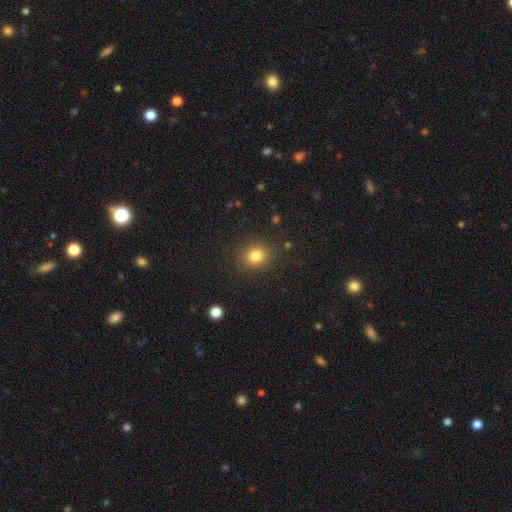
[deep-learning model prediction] Smooth or featured? Predicted: smooth (p=0.82). How rounded? Predicted: round (p=0.78). Merging? Predicted: none (p=0.87).